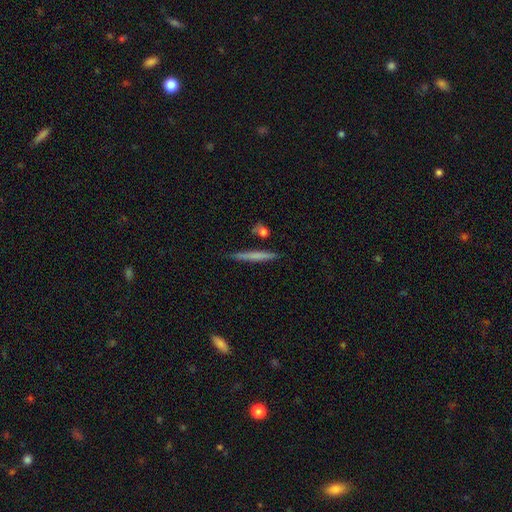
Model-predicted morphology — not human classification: Smooth or featured?
  - smooth: 59% *
  - featured or disk: 35%
  - star or artifact: 6%
How rounded?
  - cigar-shaped: 95% *
  - in between: 3%
  - round: 2%
Merging?
  - none: 84% *
  - minor disturbance: 11%
  - merger: 3%
  - major disturbance: 2%